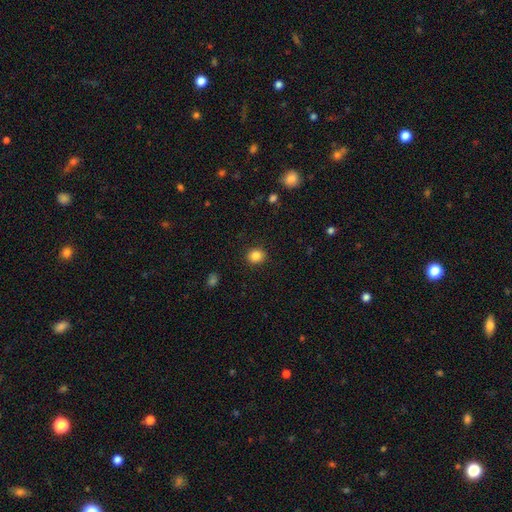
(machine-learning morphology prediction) This appears to be a smooth galaxy with no disk features (85%) that is round (76%). Merging: none (91%).